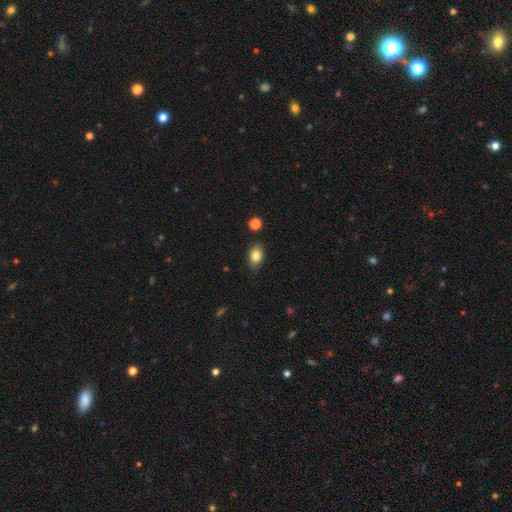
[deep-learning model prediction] Smooth or featured? smooth (83%)
How rounded? in between (83%)
Merging? none (80%)